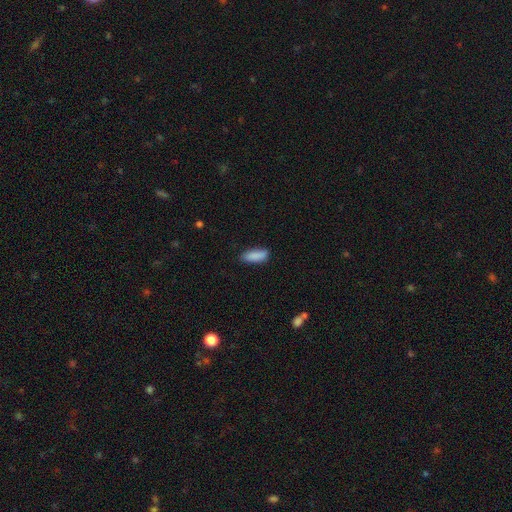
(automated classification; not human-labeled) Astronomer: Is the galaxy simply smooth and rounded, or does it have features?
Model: smooth — 88%.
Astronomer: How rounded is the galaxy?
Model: in between — 64%.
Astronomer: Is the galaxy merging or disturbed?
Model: none — 81%.